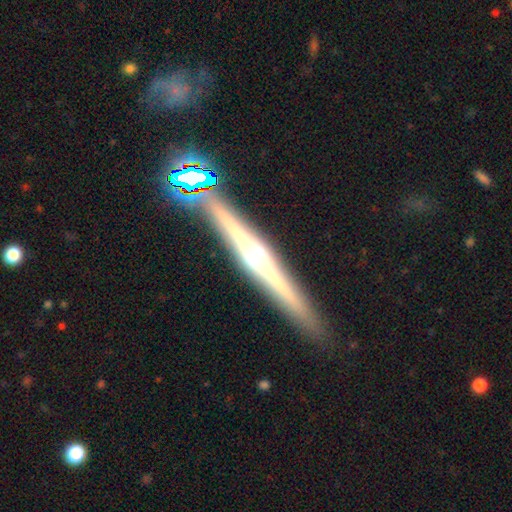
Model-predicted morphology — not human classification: Overall: featured or disk (78%). Edge-on disk: yes (98%). Edge-on bulge: rounded (87%). Merging: none (87%).